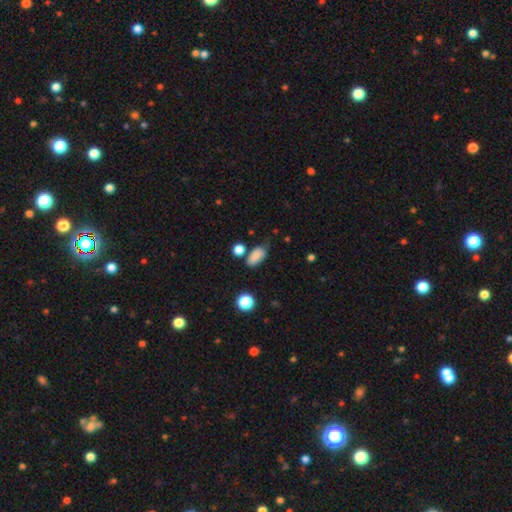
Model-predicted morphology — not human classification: type=smooth (84%); roundness=in between (88%); merging=none (64%).